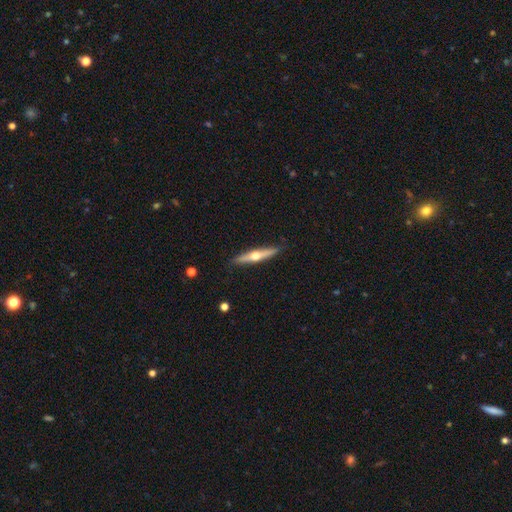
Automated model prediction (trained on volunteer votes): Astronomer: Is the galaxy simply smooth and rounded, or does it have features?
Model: featured or disk — 62%.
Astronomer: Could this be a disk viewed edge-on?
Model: yes — 96%.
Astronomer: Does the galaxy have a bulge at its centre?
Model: rounded — 93%.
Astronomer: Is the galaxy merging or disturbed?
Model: none — 88%.